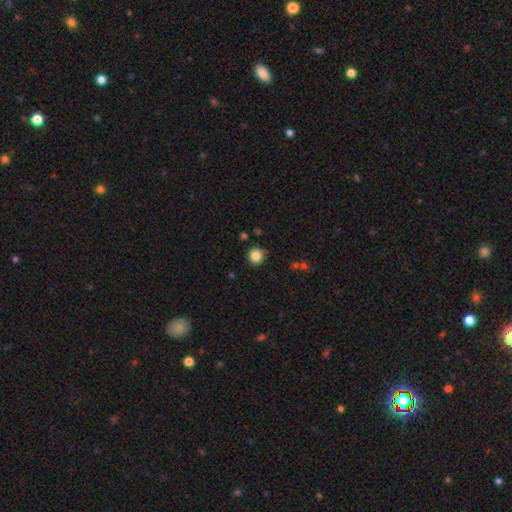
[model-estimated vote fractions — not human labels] smooth 85%, star or artifact 11%, featured or disk 5%. Down the decision tree: how rounded — round (93%); merging — none (85%).